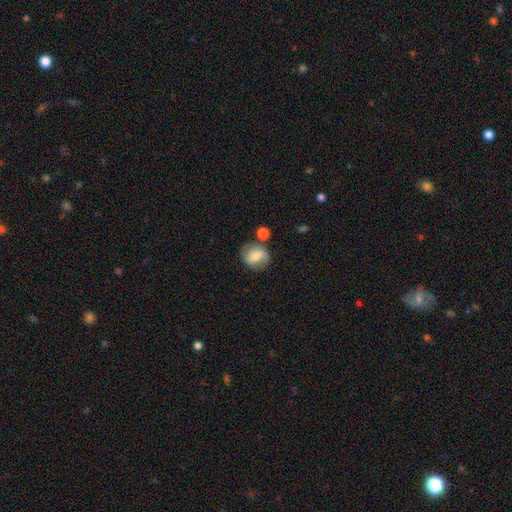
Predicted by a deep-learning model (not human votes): Smooth or featured?
  - smooth: 46% *
  - featured or disk: 45%
  - star or artifact: 9%
Merging?
  - none: 65% *
  - minor disturbance: 18%
  - merger: 10%
  - major disturbance: 7%